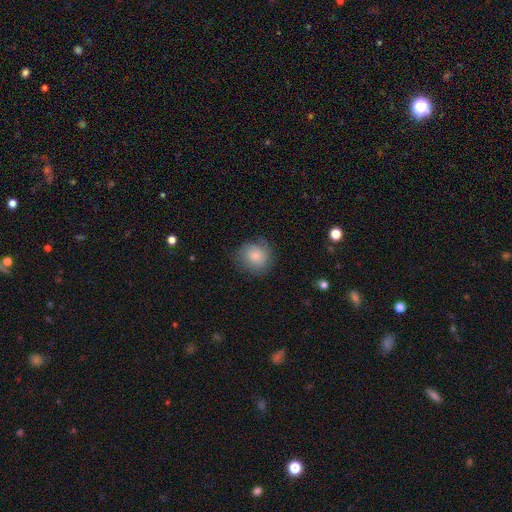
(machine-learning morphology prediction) Overall: smooth (70%). How rounded: round (88%). Merging: none (72%).